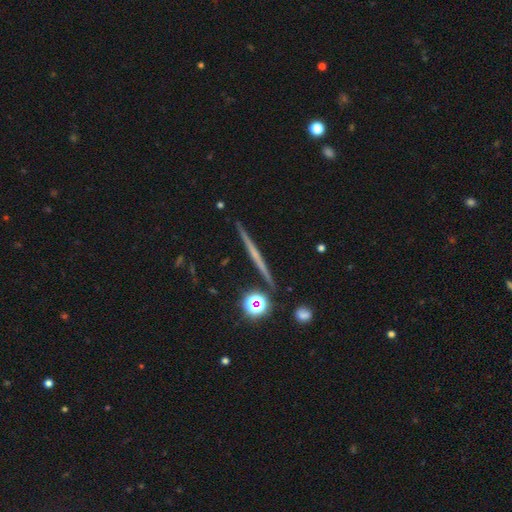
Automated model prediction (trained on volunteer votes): This appears to be a featured or disk galaxy (64%) viewed edge-on (98%) with no central bulge (73%). Merging: none (91%).